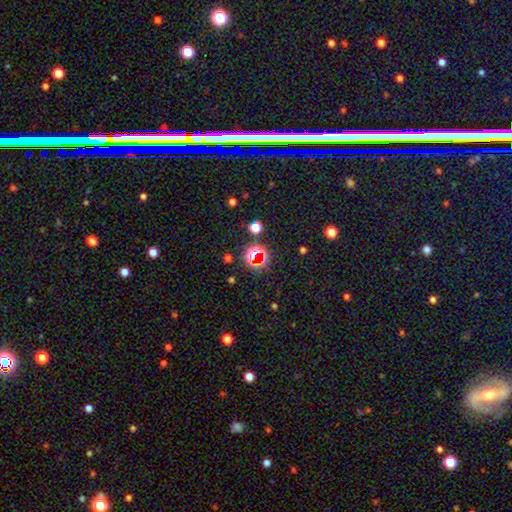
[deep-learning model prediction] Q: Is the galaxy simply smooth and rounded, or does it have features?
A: star or artifact — 65%.